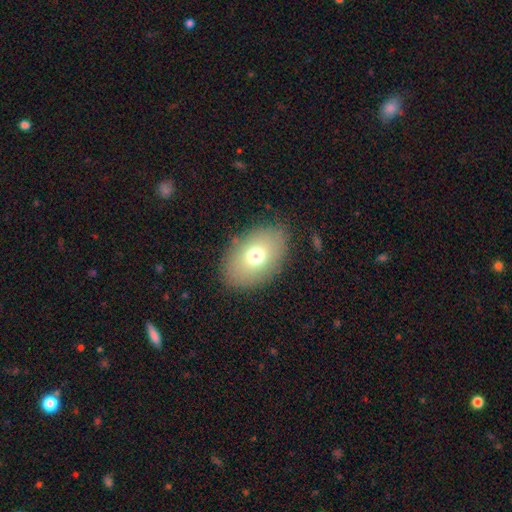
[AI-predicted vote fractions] This appears to be a smooth galaxy with no disk features (72%) that is in between round and cigar-shaped (86%). Merging: none (85%).